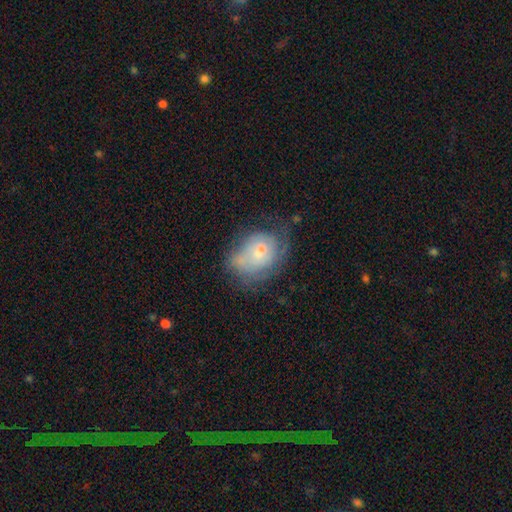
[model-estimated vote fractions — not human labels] Overall: featured or disk (51%; smooth 40%). Edge-on disk: no (96%). Merging: none (38%; minor disturbance 27%).